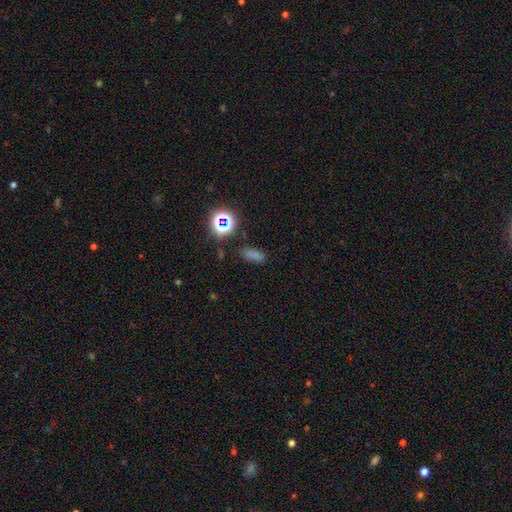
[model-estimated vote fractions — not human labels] A smooth galaxy with no disk features (61%) that is in between round and cigar-shaped (67%).

Vote fractions:
- Smooth or featured? smooth: 61% / star or artifact: 31% / featured or disk: 7%
- How rounded? in between: 67% / cigar-shaped: 22% / round: 11%
- Merging? none: 82% / minor disturbance: 11% / major disturbance: 4% / merger: 3%